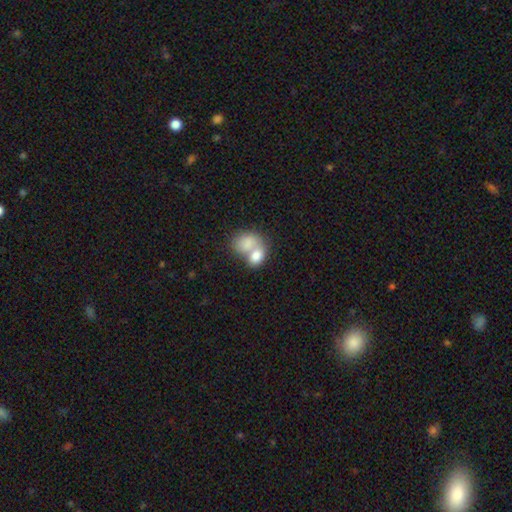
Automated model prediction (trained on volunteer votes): Smooth or featured?
  - smooth: 79% *
  - featured or disk: 15%
  - star or artifact: 7%
How rounded?
  - in between: 71% *
  - round: 28%
  - cigar-shaped: 1%
Merging?
  - merger: 72% *
  - none: 17%
  - minor disturbance: 6%
  - major disturbance: 5%